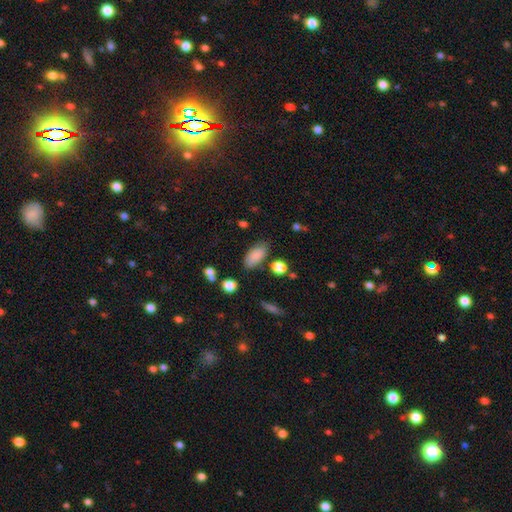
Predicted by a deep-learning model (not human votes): smooth_or_featured: smooth (p=0.85) [alt: star or artifact p=0.08]
how_rounded: in between (p=0.89) [alt: cigar-shaped p=0.08]
merging: none (p=0.75) [alt: minor disturbance p=0.16]